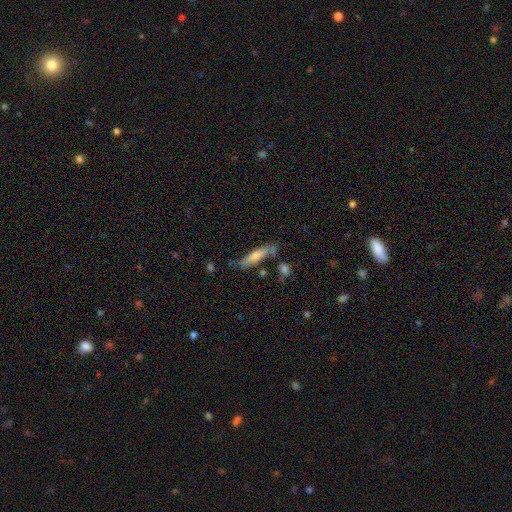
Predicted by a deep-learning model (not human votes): smooth-or-featured: smooth: 57% | featured or disk: 36% | star or artifact: 7%
  how-rounded: cigar-shaped: 84% | in between: 14% | round: 2%
  merging: none: 69% | minor disturbance: 18% | merger: 8% | major disturbance: 5%